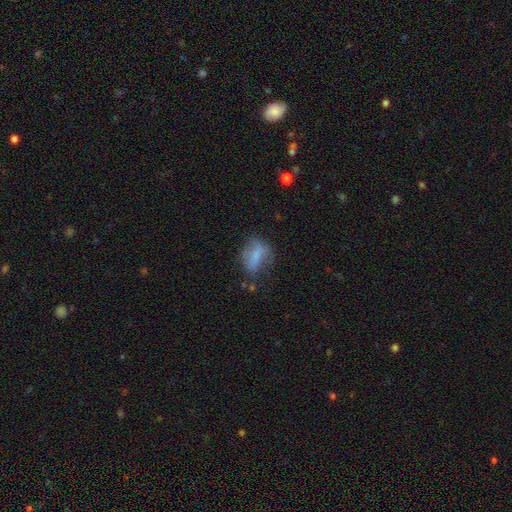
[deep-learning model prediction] Morphology: type=smooth (60%); roundness=in between (70%); merging=none (52%).